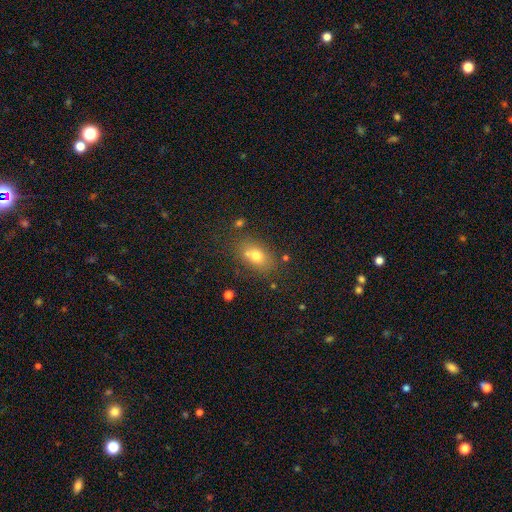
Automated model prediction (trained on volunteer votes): The model was most divided on "merging": none: 67%, minor disturbance: 15%, merger: 13%, major disturbance: 5%. More confident: how rounded — in between (76%); smooth or featured — smooth (72%).